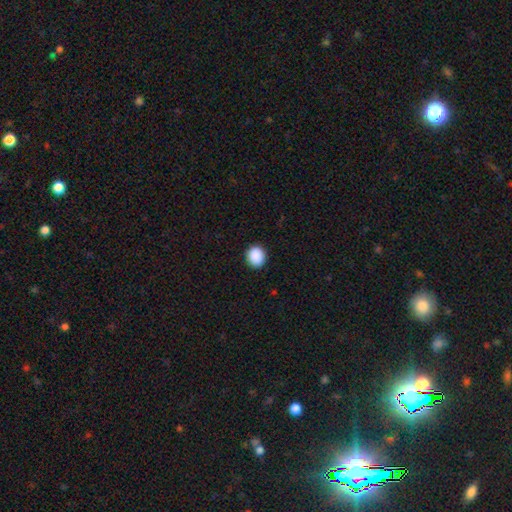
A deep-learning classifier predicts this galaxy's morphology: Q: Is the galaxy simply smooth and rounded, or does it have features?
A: smooth — 90%.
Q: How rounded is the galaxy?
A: round — 72%.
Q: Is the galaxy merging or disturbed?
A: none — 91%.